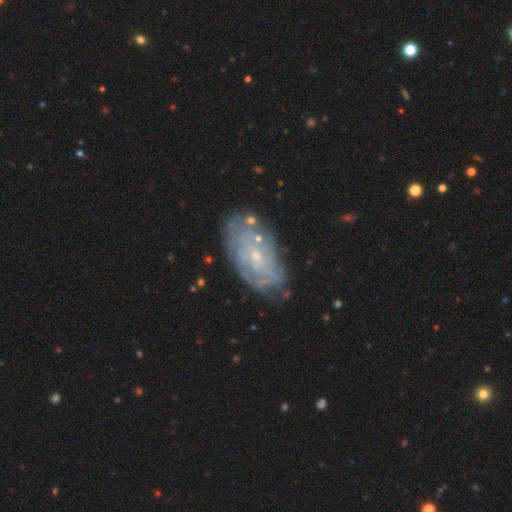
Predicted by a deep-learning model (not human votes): This is likely a featured or disk galaxy (74%). It is clearly not viewed edge-on (94%). Bar: likely no (65%). Spiral arm pattern: likely yes (76%). Spiral arm count: likely can't tell (61%). Spiral winding: likely tight (70%). Central bulge: likely small (77%). Merging: likely none (69%).